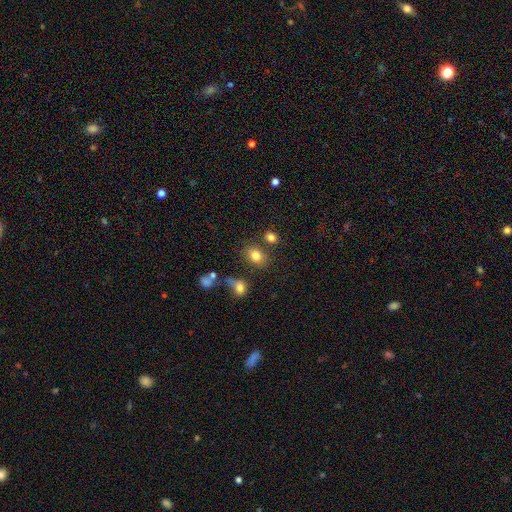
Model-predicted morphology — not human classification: Smooth or featured?
  - smooth: 80% *
  - star or artifact: 11%
  - featured or disk: 9%
How rounded?
  - in between: 61% *
  - round: 38%
  - cigar-shaped: 1%
Merging?
  - none: 71% *
  - minor disturbance: 13%
  - merger: 12%
  - major disturbance: 5%